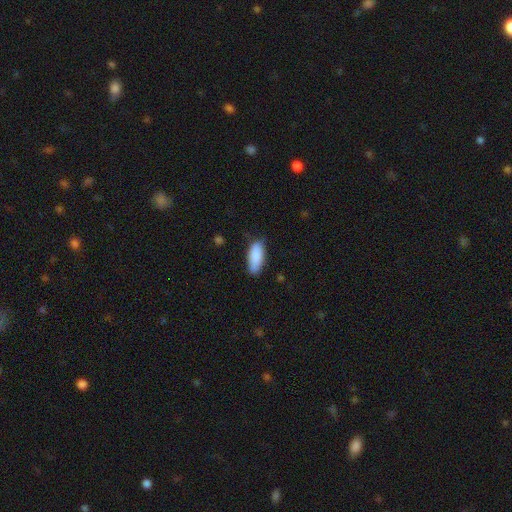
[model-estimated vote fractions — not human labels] A smooth galaxy with no disk features (89%) that is in between round and cigar-shaped (80%).

Vote fractions:
- Smooth or featured? smooth: 89% / star or artifact: 6% / featured or disk: 5%
- How rounded? in between: 80% / cigar-shaped: 18% / round: 2%
- Merging? none: 78% / minor disturbance: 18% / major disturbance: 3% / merger: 1%